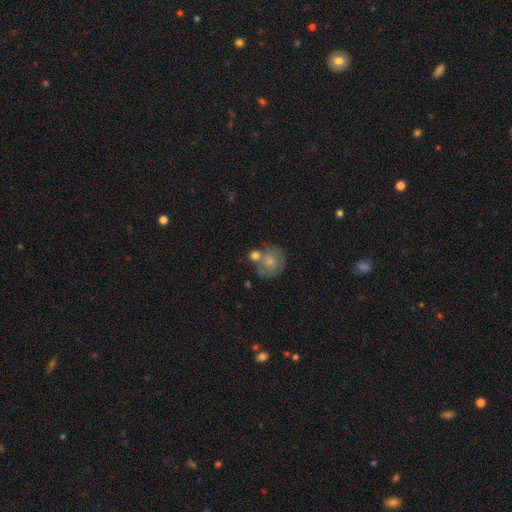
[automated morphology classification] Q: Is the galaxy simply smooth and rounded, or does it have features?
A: smooth — 68%.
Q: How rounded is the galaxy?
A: round — 80%.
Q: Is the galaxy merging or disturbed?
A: none — 43%.